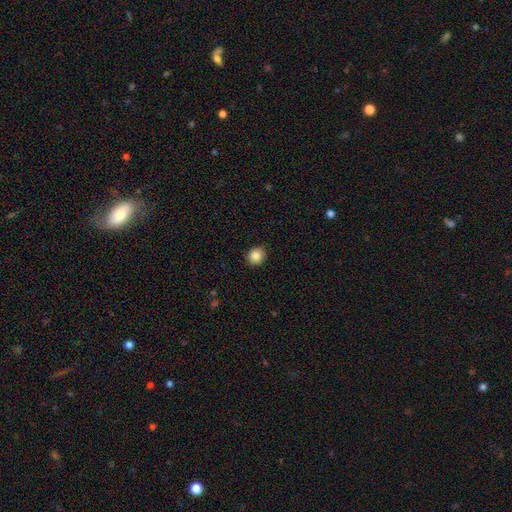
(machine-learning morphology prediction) type=smooth (86%); roundness=round (82%); merging=none (88%).